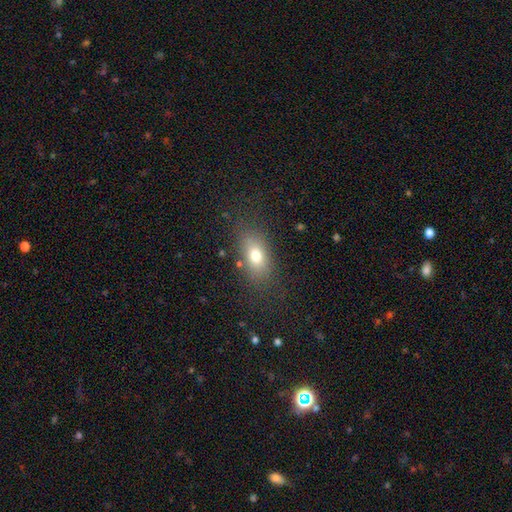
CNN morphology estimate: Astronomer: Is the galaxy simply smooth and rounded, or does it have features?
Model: smooth — 74%.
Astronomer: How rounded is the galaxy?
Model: in between — 81%.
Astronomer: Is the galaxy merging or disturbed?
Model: none — 76%.